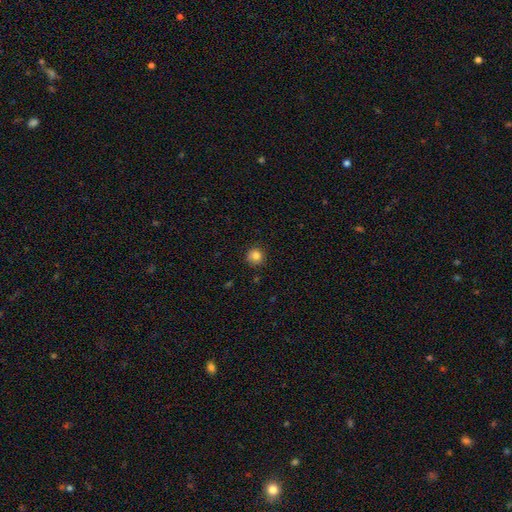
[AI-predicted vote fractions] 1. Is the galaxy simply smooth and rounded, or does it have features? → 83% smooth, 11% star or artifact, 6% featured or disk.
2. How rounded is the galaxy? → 93% round, 6% in between, 1% cigar-shaped.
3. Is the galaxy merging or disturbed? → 86% none, 11% minor disturbance, 2% major disturbance, 1% merger.